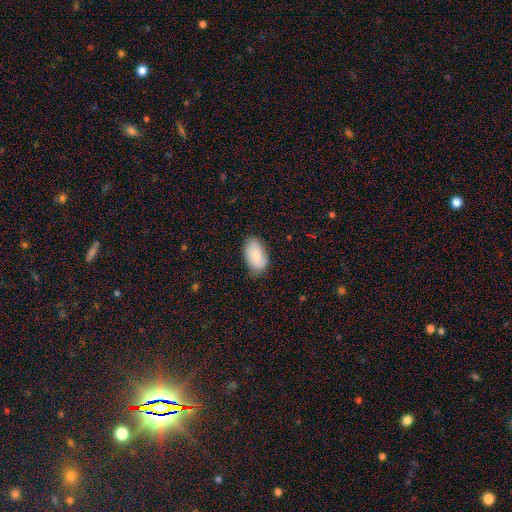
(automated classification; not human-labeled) Smooth or featured? Predicted: smooth (p=0.82). How rounded? Predicted: in between (p=0.94). Merging? Predicted: none (p=0.75).